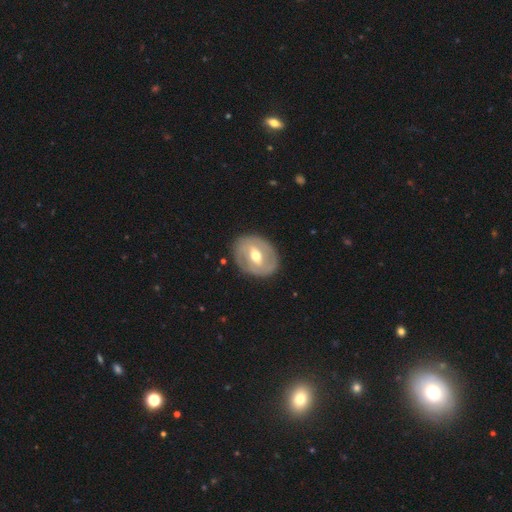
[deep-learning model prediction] Overall: featured or disk (70%). Edge-on disk: no (95%). Bar: weak (47%; strong 32%). Spiral arms: yes (60%; no 40%). Bulge size: moderate (77%). Merging: none (83%).